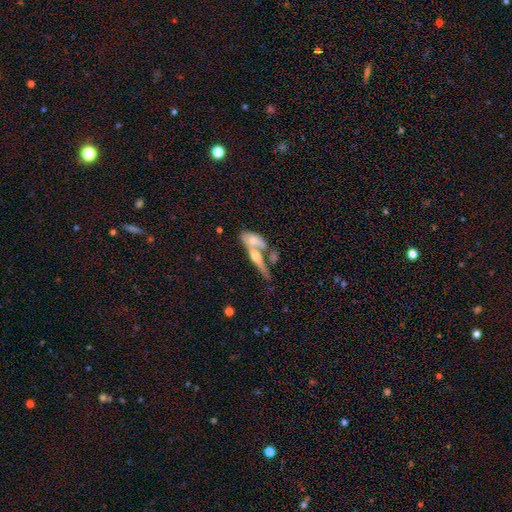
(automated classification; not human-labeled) A featured or disk galaxy (53%) viewed edge-on (66%). Merging: merger (56%).